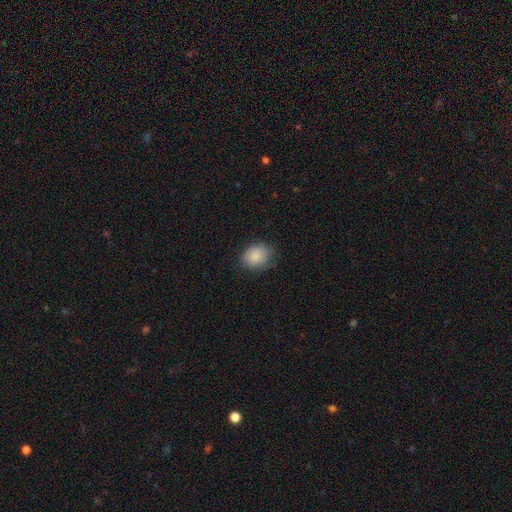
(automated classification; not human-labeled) Morphology: type=smooth (87%); roundness=round (50%); merging=none (76%).